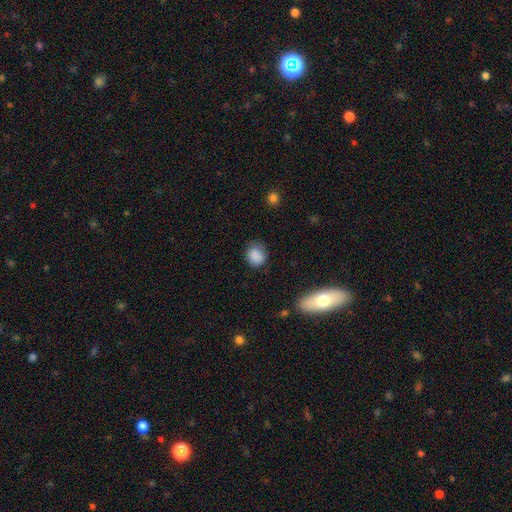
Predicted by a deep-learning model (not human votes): The model was most divided on "how rounded": round: 72%, in between: 27%, cigar-shaped: 1%. More confident: smooth or featured — smooth (86%); merging — none (71%).